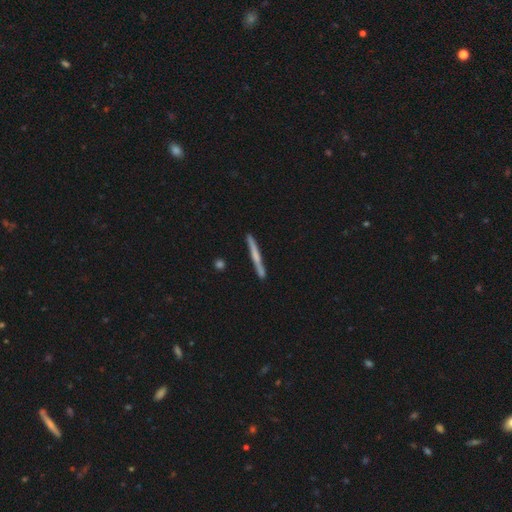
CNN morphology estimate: featured or disk 50%, smooth 44%, star or artifact 6%. Down the decision tree: merging — none (87%).